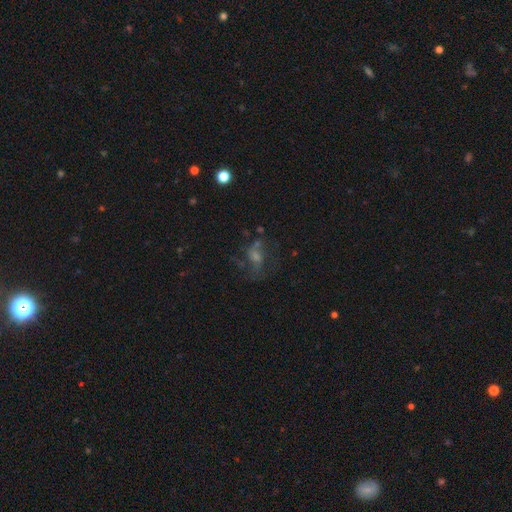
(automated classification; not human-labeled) A featured or disk galaxy (47%). Merging: none (54%).